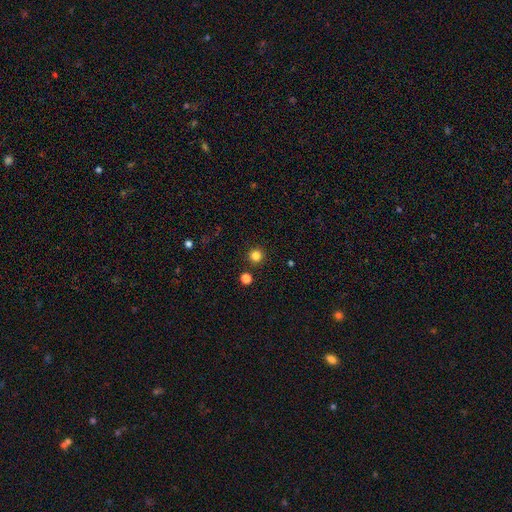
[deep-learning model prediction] Overall: smooth (82%). How rounded: round (96%). Merging: none (91%).